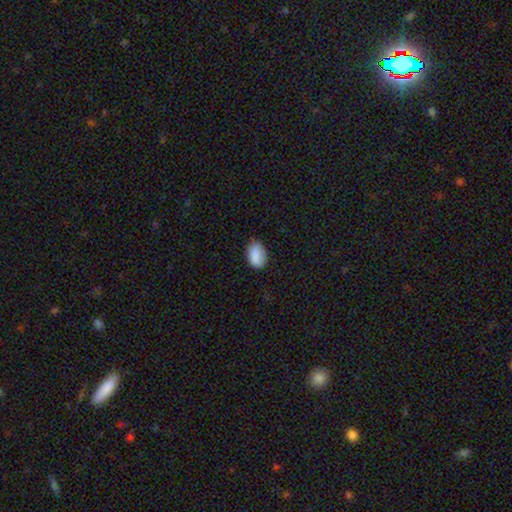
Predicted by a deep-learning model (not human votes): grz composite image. It shows a smooth galaxy with no disk features (87%) that is in between round and cigar-shaped (87%). Merging: none (74%).